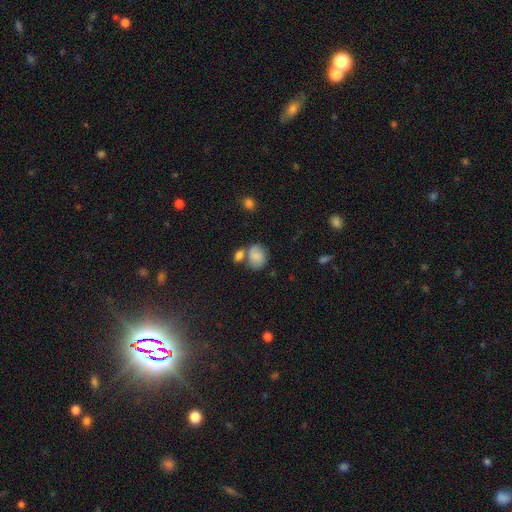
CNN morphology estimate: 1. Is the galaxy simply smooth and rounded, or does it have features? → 80% smooth, 12% featured or disk, 9% star or artifact.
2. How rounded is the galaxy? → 50% in between, 49% round, 1% cigar-shaped.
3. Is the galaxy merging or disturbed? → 45% none, 31% merger, 17% minor disturbance, 7% major disturbance.